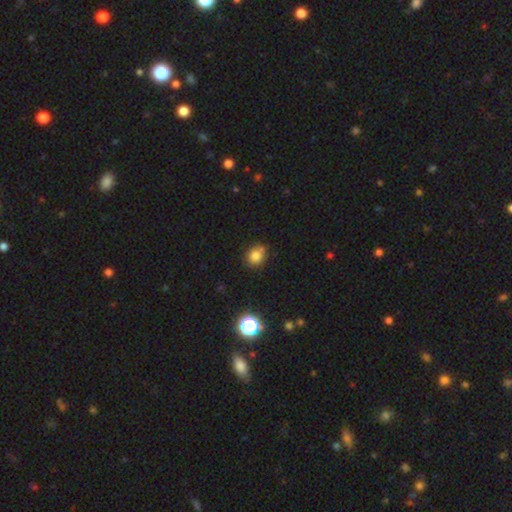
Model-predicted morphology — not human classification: Q: Smooth or featured?
A: smooth (79%); runner-up: star or artifact (14%)
Q: How rounded?
A: round (69%); runner-up: in between (30%)
Q: Merging?
A: none (73%); runner-up: minor disturbance (19%)